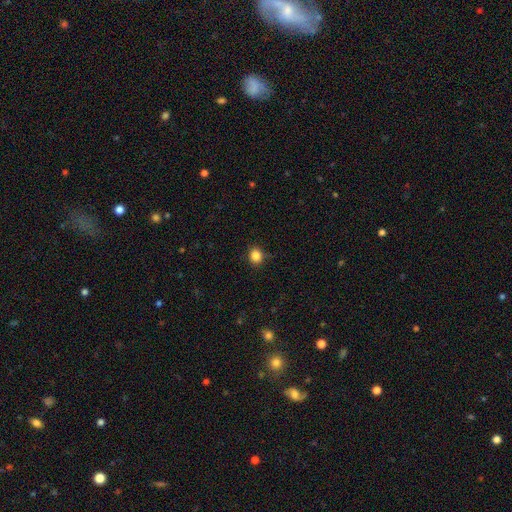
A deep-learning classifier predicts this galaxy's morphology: Overall: smooth (85%). How rounded: round (78%). Merging: none (86%).